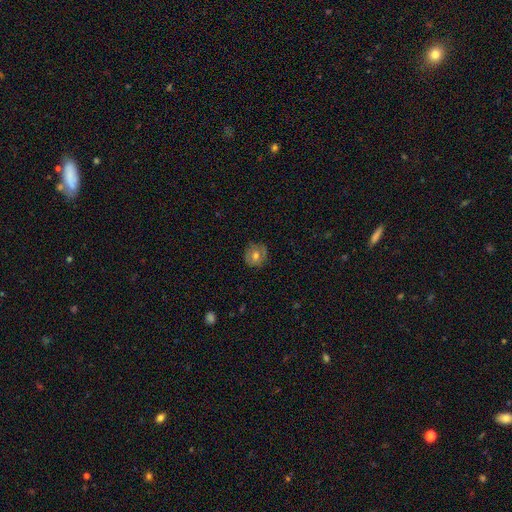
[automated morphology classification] Smooth or featured?
  - smooth: 60% *
  - featured or disk: 31%
  - star or artifact: 9%
How rounded?
  - round: 86% *
  - in between: 13%
  - cigar-shaped: 1%
Merging?
  - none: 81% *
  - minor disturbance: 15%
  - major disturbance: 4%
  - merger: 1%